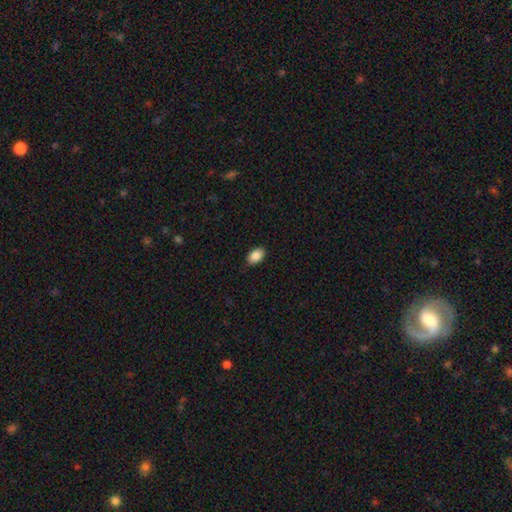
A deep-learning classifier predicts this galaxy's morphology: The model was most divided on "merging": none: 86%, minor disturbance: 11%, major disturbance: 2%, merger: 1%. More confident: how rounded — in between (91%); smooth or featured — smooth (89%).